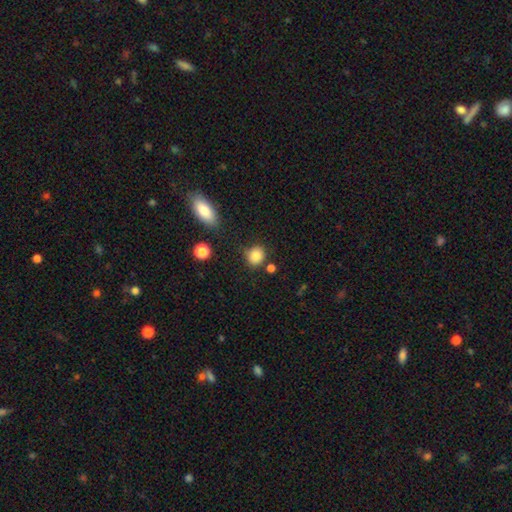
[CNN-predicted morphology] type=smooth (84%); roundness=round (77%); merging=none (78%).